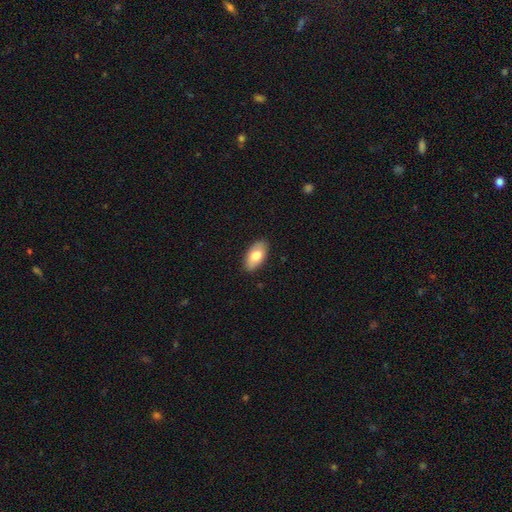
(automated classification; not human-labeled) Q: Smooth or featured?
A: smooth (77%); runner-up: featured or disk (17%)
Q: How rounded?
A: in between (94%); runner-up: round (3%)
Q: Merging?
A: none (87%); runner-up: minor disturbance (10%)